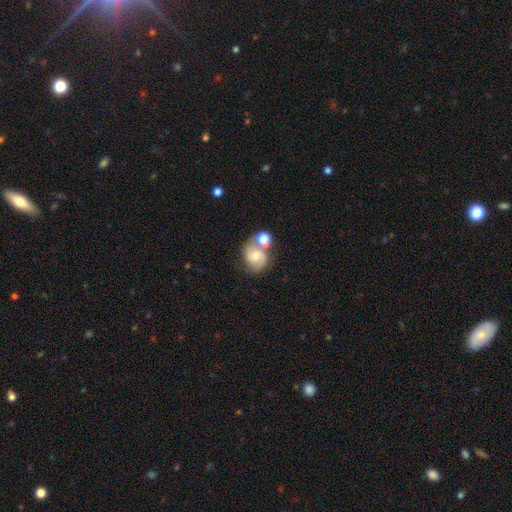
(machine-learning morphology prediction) smooth_or_featured: featured or disk (p=0.61) [alt: smooth p=0.30]
disk_edge_on: no (p=0.98) [alt: yes p=0.02]
bar: no (p=0.61) [alt: weak p=0.32]
has_spiral_arms: yes (p=0.88) [alt: no p=0.12]
spiral_winding: medium (p=0.53) [alt: tight p=0.24]
spiral_arm_count: 2 (p=0.87) [alt: can't tell p=0.06]
bulge_size: moderate (p=0.53) [alt: small p=0.34]
merging: none (p=0.43) [alt: merger p=0.38]